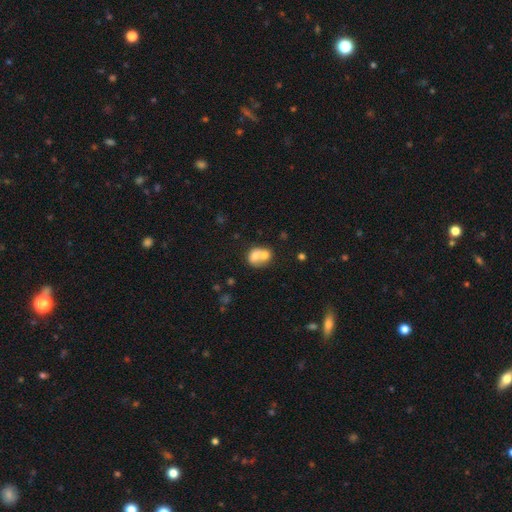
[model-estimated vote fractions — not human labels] Overall: smooth (66%). How rounded: round (57%; in between 42%). Merging: merger (71%).